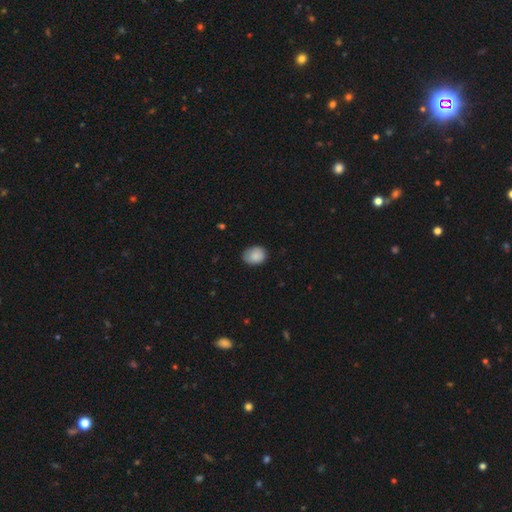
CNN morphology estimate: This appears to be a smooth galaxy with no disk features (87%) that is in between round and cigar-shaped (54%). Merging: none (74%).